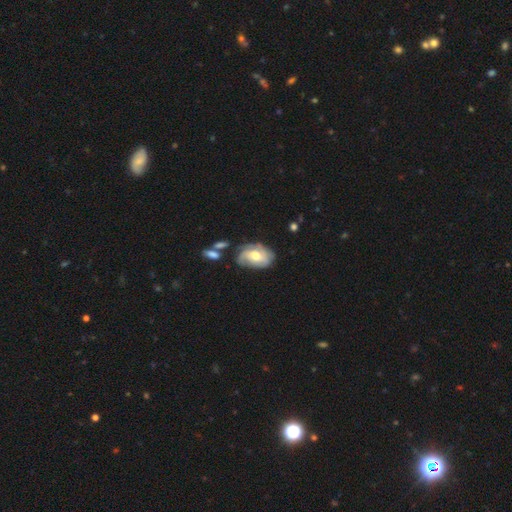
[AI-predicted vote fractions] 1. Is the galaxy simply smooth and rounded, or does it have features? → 63% featured or disk, 31% smooth, 6% star or artifact.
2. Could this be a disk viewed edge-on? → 95% no, 5% yes.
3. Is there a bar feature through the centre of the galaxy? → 66% no, 29% weak, 6% strong.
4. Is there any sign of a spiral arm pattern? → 80% yes, 20% no.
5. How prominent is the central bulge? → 70% moderate, 18% small, 9% large, 1% none, 1% dominant.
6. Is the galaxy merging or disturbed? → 56% none, 27% minor disturbance, 11% major disturbance, 6% merger.